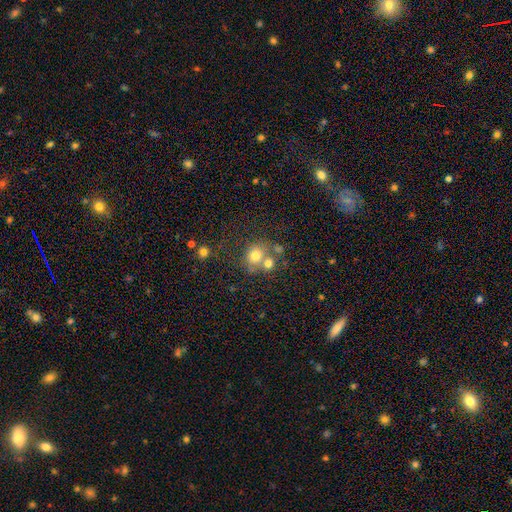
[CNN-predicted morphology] Smooth or featured: smooth — 71% (featured or disk — 15%)
How rounded: round — 75% (in between — 24%)
Merging: none — 46% (merger — 36%)